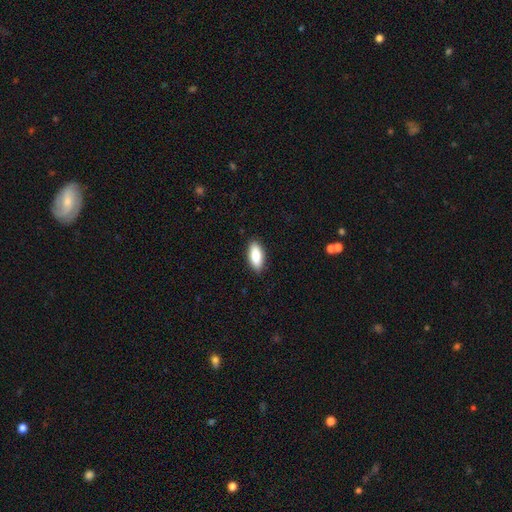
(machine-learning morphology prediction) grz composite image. It shows a smooth galaxy with no disk features (86%) that is in between round and cigar-shaped (86%). Merging: none (88%).